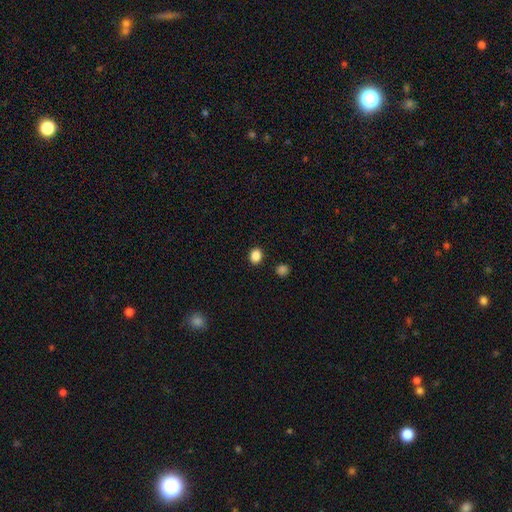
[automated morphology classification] This is clearly a smooth galaxy (87%). How rounded: possibly round (54%). Merging: clearly none (89%).